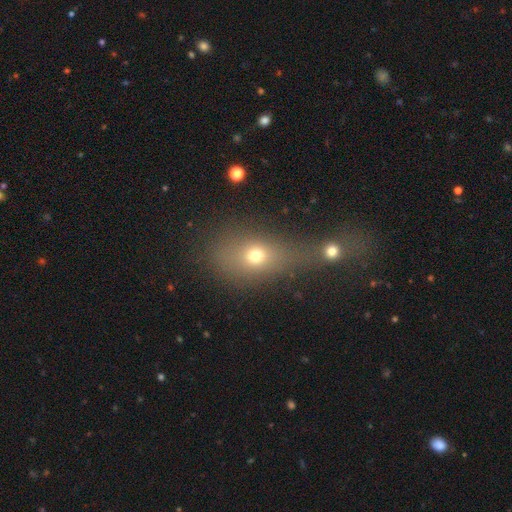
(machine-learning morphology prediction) Q: Smooth or featured?
A: smooth (67%); runner-up: star or artifact (18%)
Q: How rounded?
A: in between (52%); runner-up: round (43%)
Q: Merging?
A: none (40%); runner-up: merger (39%)